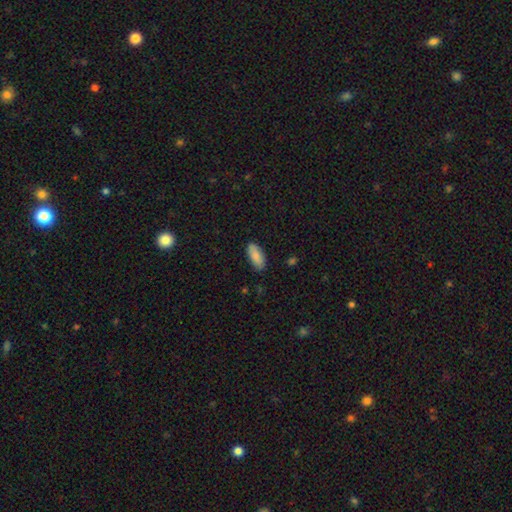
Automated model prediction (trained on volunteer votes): Smooth or featured? Predicted: smooth (p=0.85). How rounded? Predicted: in between (p=0.87). Merging? Predicted: none (p=0.85).